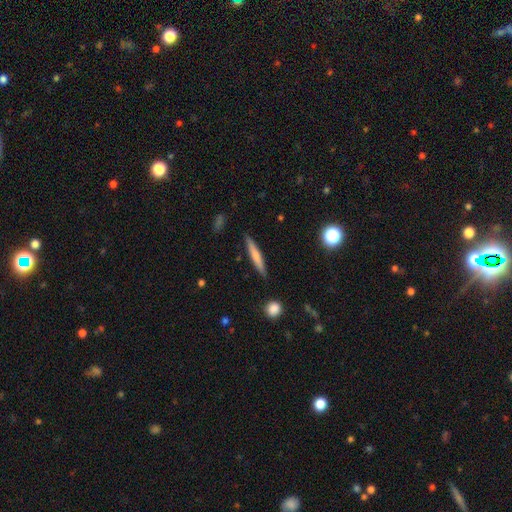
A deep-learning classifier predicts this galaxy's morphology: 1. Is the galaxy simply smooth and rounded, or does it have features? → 63% smooth, 31% featured or disk, 6% star or artifact.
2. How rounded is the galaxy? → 93% cigar-shaped, 5% in between, 2% round.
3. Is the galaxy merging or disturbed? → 88% none, 8% minor disturbance, 2% major disturbance, 2% merger.